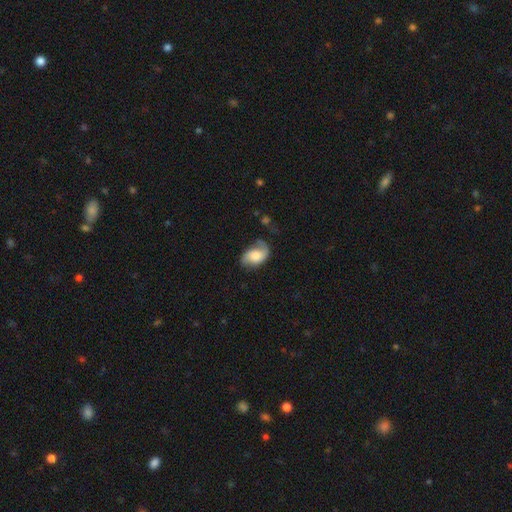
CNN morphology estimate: This appears to be a featured or disk galaxy (51%). Merging: none (48%).